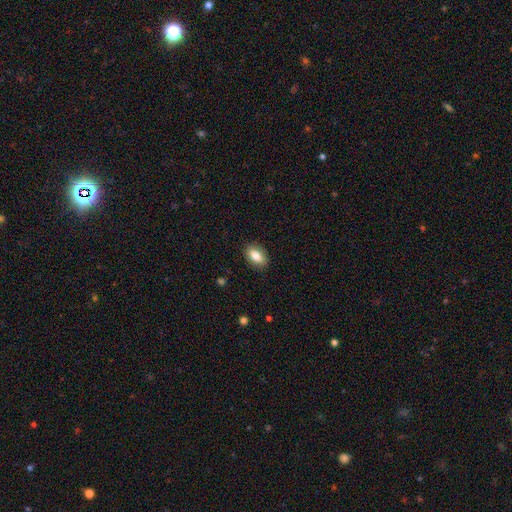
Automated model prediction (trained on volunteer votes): smooth_or_featured: smooth (p=0.79) [alt: featured or disk p=0.14]
how_rounded: in between (p=0.86) [alt: round p=0.09]
merging: none (p=0.87) [alt: minor disturbance p=0.09]